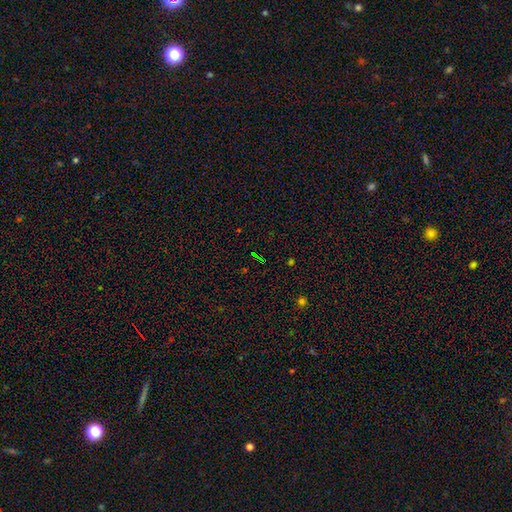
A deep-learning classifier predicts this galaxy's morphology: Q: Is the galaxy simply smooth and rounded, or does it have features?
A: star or artifact — 72%.